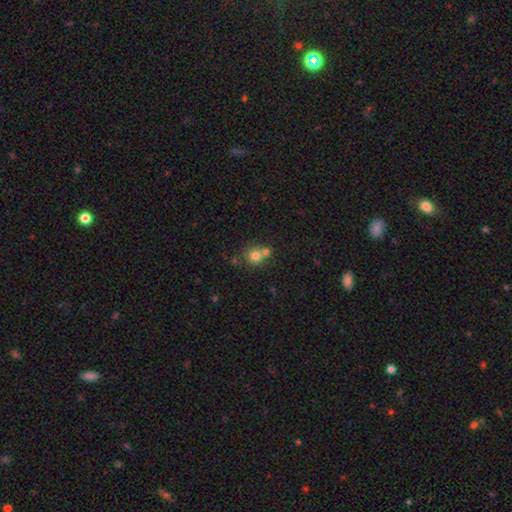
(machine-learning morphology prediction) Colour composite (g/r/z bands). It shows a smooth galaxy with no disk features (75%) that is round (88%). Merging: none (50%).